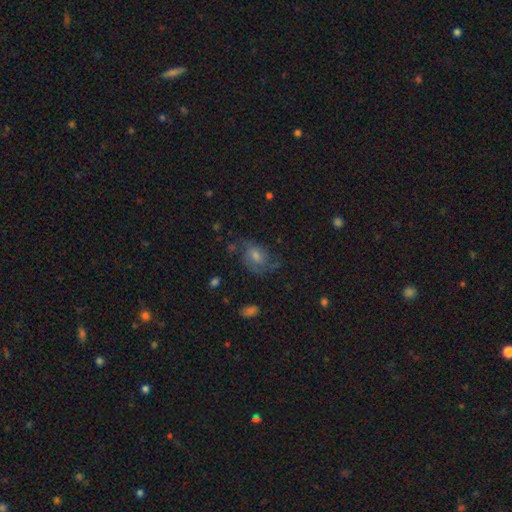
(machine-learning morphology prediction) type=featured or disk (65%); edge-on=no (97%); bar=no (51%); spiral arms=yes (91%); winding=medium (49%); arm count=2 (66%); bulge=moderate (48%); merging=none (66%).